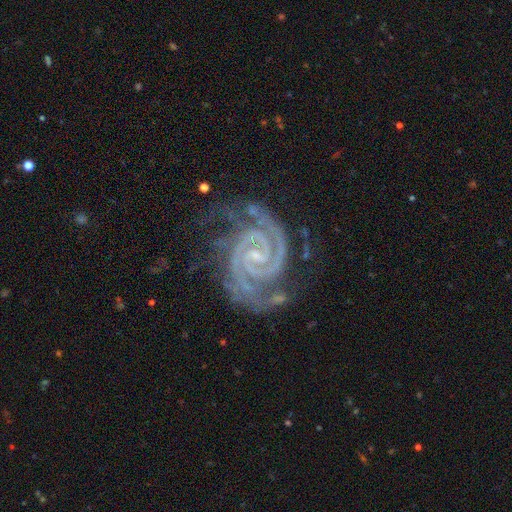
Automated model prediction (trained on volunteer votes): smooth-or-featured: featured or disk: 93% | star or artifact: 5% | smooth: 2%
  disk-edge-on: no: 98% | yes: 2%
    bar: weak: 39% | no: 38% | strong: 23%
    has-spiral-arms: yes: 99% | no: 1%
      spiral-winding: tight: 78% | medium: 20% | loose: 2%
      spiral-arm-count: 2: 82% | 3: 9% | can't tell: 3% | 4: 2% | more than 4: 2% | 1: 2%
    bulge-size: small: 77% | moderate: 15% | none: 6% | large: 1% | dominant: 1%
  merging: none: 69% | minor disturbance: 21% | major disturbance: 7% | merger: 3%